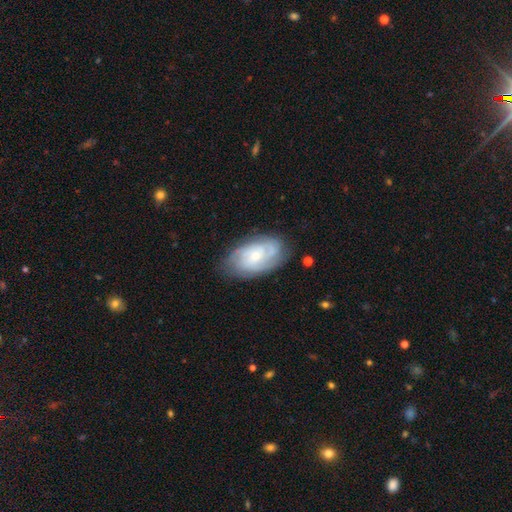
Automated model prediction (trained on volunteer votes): Q: Smooth or featured?
A: featured or disk (75%); runner-up: smooth (19%)
Q: Edge-on disk?
A: no (96%); runner-up: yes (4%)
Q: Bar?
A: no (63%); runner-up: weak (32%)
Q: Spiral arms?
A: yes (94%); runner-up: no (6%)
Q: Spiral winding?
A: tight (61%); runner-up: medium (32%)
Q: Spiral arm count?
A: can't tell (35%); runner-up: 3 (23%)
Q: Bulge size?
A: small (59%); runner-up: moderate (34%)
Q: Merging?
A: none (76%); runner-up: minor disturbance (18%)